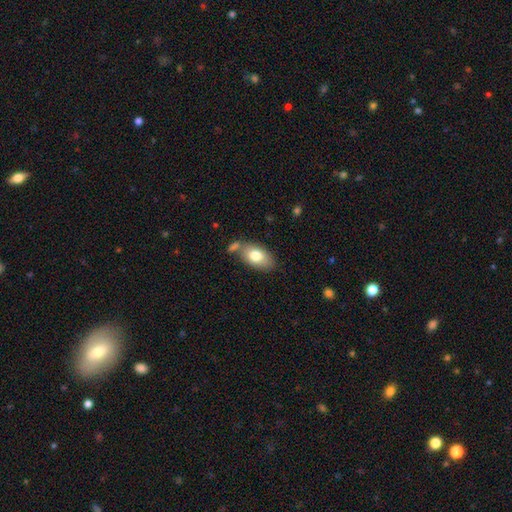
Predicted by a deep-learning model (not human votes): Q: Smooth or featured?
A: smooth (77%); runner-up: featured or disk (17%)
Q: How rounded?
A: in between (92%); runner-up: round (5%)
Q: Merging?
A: none (63%); runner-up: minor disturbance (18%)